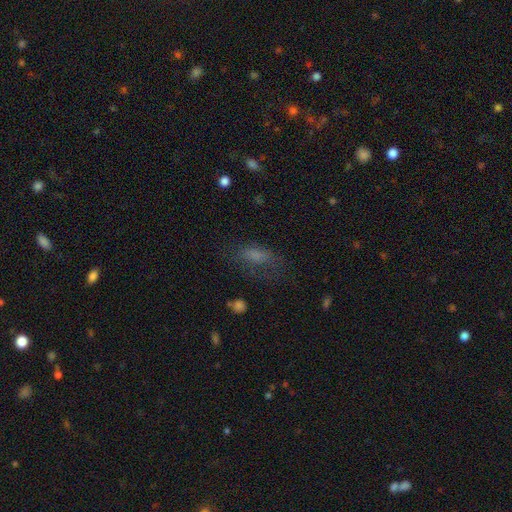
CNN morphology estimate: type=smooth (65%); roundness=in between (76%); merging=none (46%).